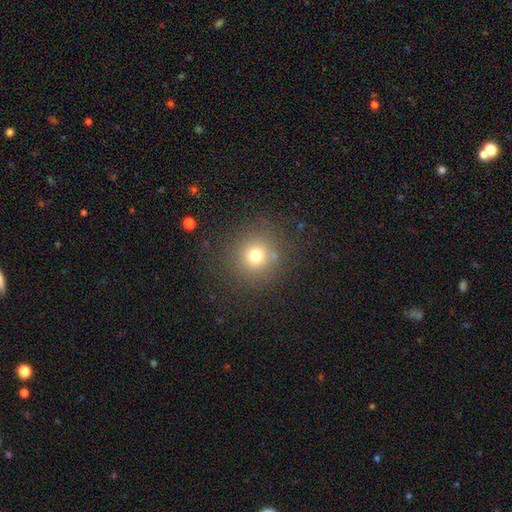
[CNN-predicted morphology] Smooth or featured? smooth (73%)
How rounded? round (92%)
Merging? none (84%)